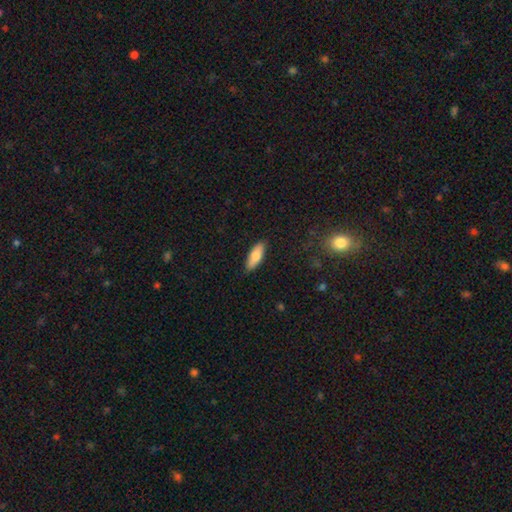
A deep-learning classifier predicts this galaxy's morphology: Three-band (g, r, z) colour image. It shows a smooth galaxy with no disk features (76%) that is in between round and cigar-shaped (66%). Merging: none (88%).